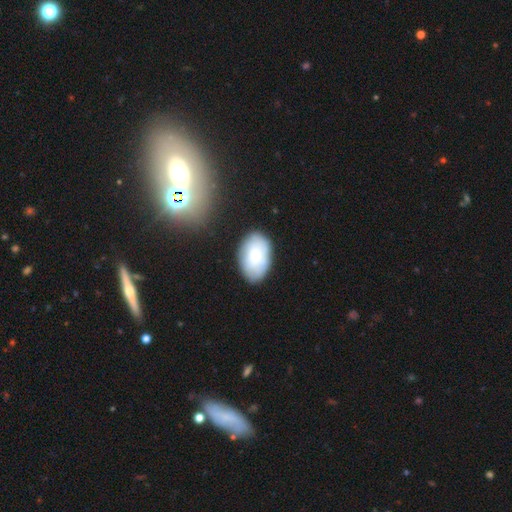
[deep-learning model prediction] A smooth galaxy with no disk features (72%) that is in between round and cigar-shaped (92%).

Vote fractions:
- Smooth or featured? smooth: 72% / featured or disk: 21% / star or artifact: 7%
- How rounded? in between: 92% / round: 7% / cigar-shaped: 1%
- Merging? none: 79% / minor disturbance: 15% / major disturbance: 4% / merger: 2%